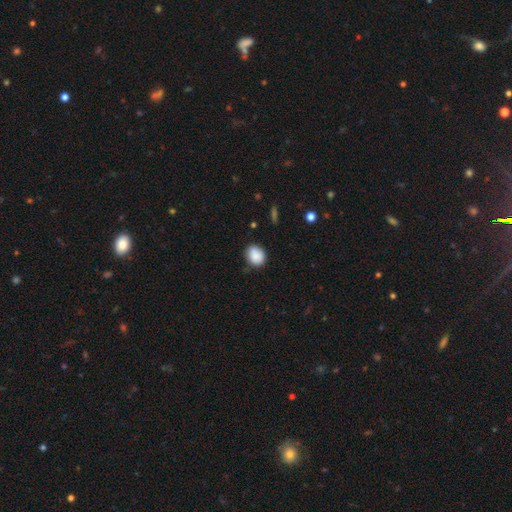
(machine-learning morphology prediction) Q: Smooth or featured?
A: smooth (87%); runner-up: star or artifact (8%)
Q: How rounded?
A: round (52%); runner-up: in between (47%)
Q: Merging?
A: none (76%); runner-up: minor disturbance (19%)